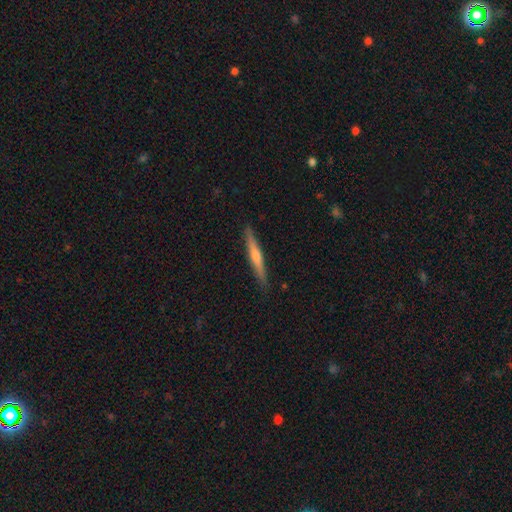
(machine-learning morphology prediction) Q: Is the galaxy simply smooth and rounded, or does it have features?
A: featured or disk — 61%.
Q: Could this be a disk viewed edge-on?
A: yes — 97%.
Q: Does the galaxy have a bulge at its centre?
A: rounded — 73%.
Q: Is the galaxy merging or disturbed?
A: none — 91%.